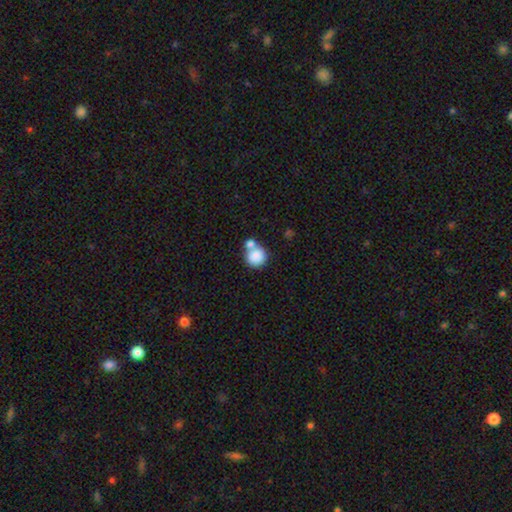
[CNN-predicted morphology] Smooth or featured? Predicted: smooth (p=0.84). How rounded? Predicted: round (p=0.89). Merging? Predicted: none (p=0.47).